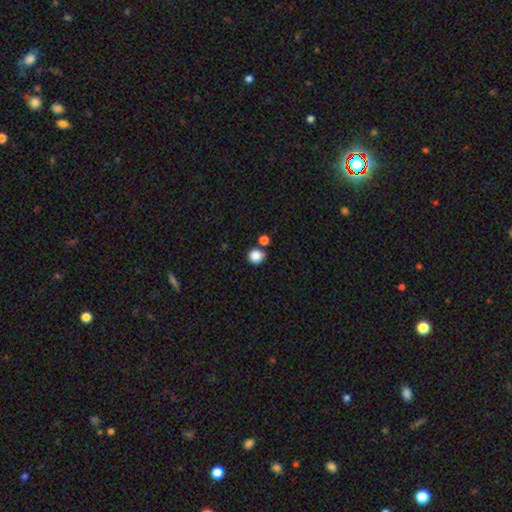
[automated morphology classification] Smooth or featured? smooth (86%)
How rounded? round (94%)
Merging? none (73%)